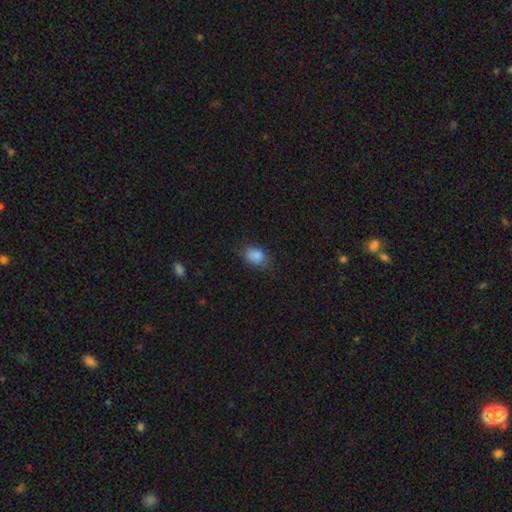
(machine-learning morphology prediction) This is clearly a smooth galaxy (86%). How rounded: likely in between (70%). Merging: likely none (71%).